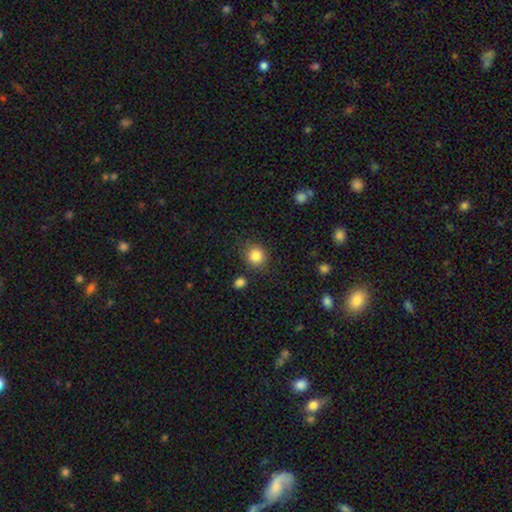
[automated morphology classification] This appears to be a smooth galaxy with no disk features (84%) that is round (84%). Merging: none (84%).